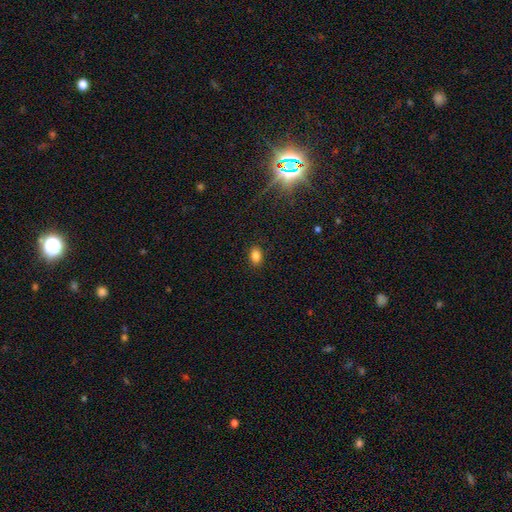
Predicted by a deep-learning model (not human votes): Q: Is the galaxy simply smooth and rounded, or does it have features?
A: smooth — 84%.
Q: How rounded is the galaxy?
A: in between — 84%.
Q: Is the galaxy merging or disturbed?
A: none — 88%.